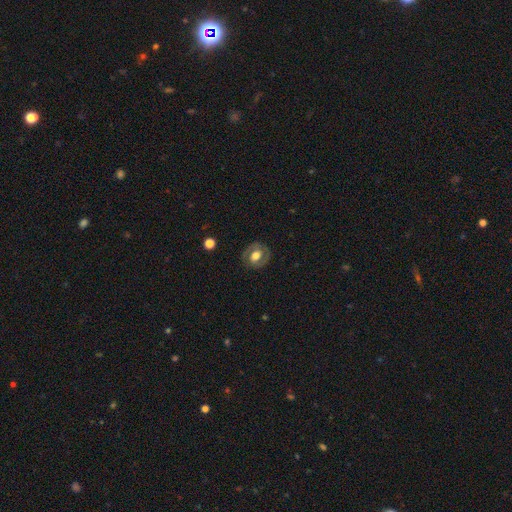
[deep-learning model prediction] Q: Smooth or featured?
A: featured or disk (53%); runner-up: smooth (39%)
Q: Edge-on disk?
A: no (96%); runner-up: yes (4%)
Q: Bar?
A: no (56%); runner-up: weak (32%)
Q: Spiral arms?
A: yes (54%); runner-up: no (46%)
Q: Bulge size?
A: moderate (50%); runner-up: large (40%)
Q: Merging?
A: none (80%); runner-up: minor disturbance (13%)